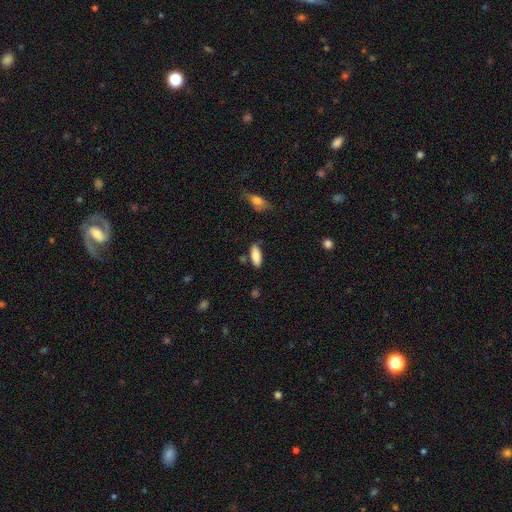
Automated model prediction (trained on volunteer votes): A smooth galaxy with no disk features (83%) that is in between round and cigar-shaped (77%).

Vote fractions:
- Smooth or featured? smooth: 83% / featured or disk: 10% / star or artifact: 6%
- How rounded? in between: 77% / cigar-shaped: 21% / round: 2%
- Merging? none: 75% / minor disturbance: 17% / merger: 4% / major disturbance: 3%